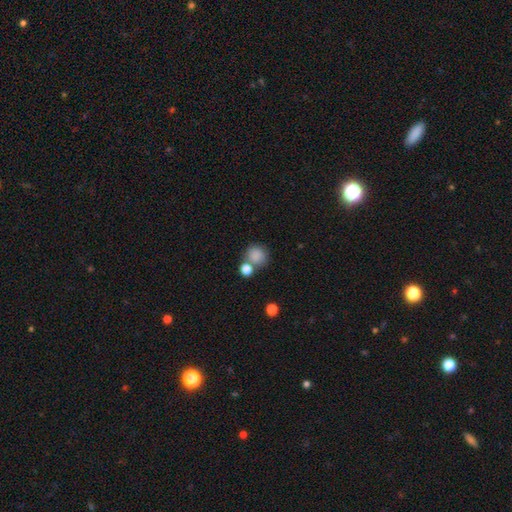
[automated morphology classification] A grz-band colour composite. It shows a smooth galaxy with no disk features (84%) that is round (84%). Merging: none (57%).